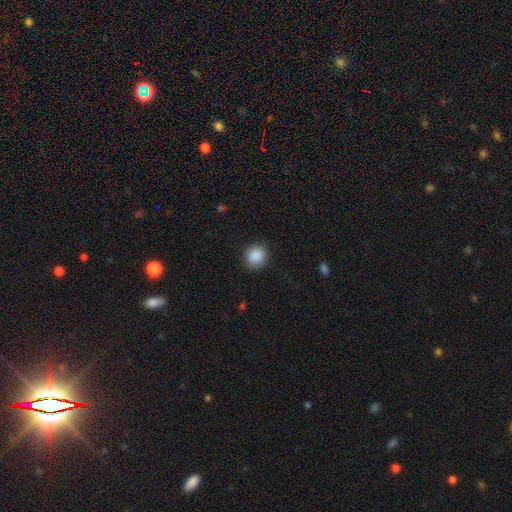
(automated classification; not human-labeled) smooth 89%, star or artifact 8%, featured or disk 3%. Down the decision tree: how rounded — round (85%); merging — none (89%).